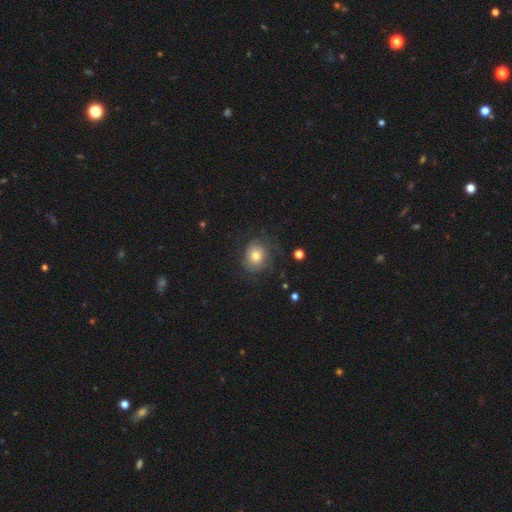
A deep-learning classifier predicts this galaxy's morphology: Smooth or featured: smooth — 53% (featured or disk — 37%)
How rounded: round — 76% (in between — 23%)
Merging: none — 66% (minor disturbance — 19%)